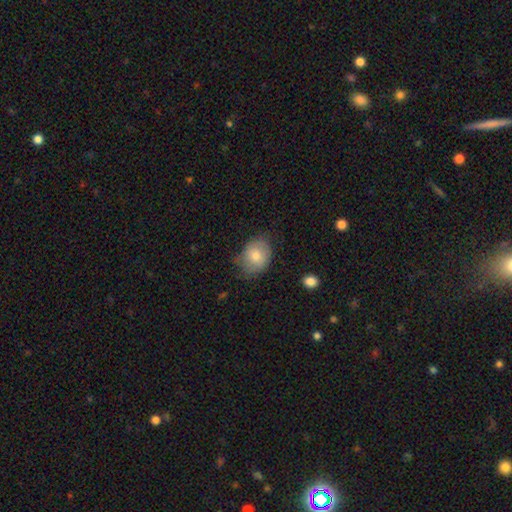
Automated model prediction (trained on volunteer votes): The model was most divided on "how rounded": in between: 56%, round: 43%, cigar-shaped: 1%. More confident: smooth or featured — smooth (75%); merging — none (61%).